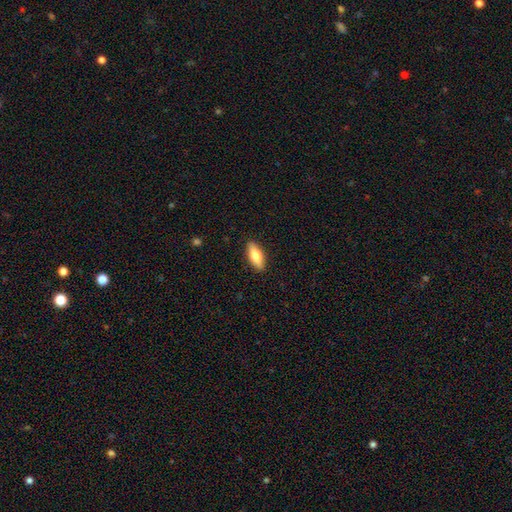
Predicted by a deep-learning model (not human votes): A smooth galaxy with no disk features (70%) that is in between round and cigar-shaped (74%).

Vote fractions:
- Smooth or featured? smooth: 70% / featured or disk: 23% / star or artifact: 6%
- How rounded? in between: 74% / cigar-shaped: 23% / round: 3%
- Merging? none: 89% / minor disturbance: 8% / major disturbance: 2% / merger: 1%